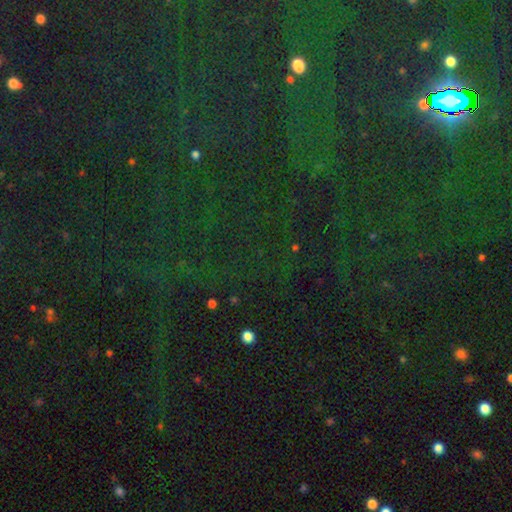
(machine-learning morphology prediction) type=star or artifact (84%).